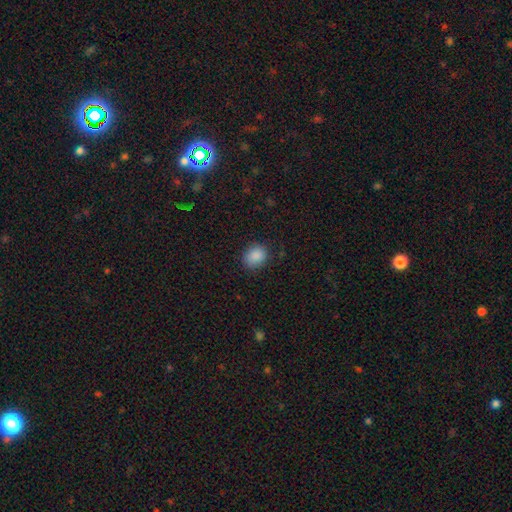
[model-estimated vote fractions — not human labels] Q: Smooth or featured?
A: smooth (88%); runner-up: star or artifact (8%)
Q: How rounded?
A: round (62%); runner-up: in between (37%)
Q: Merging?
A: none (82%); runner-up: minor disturbance (13%)